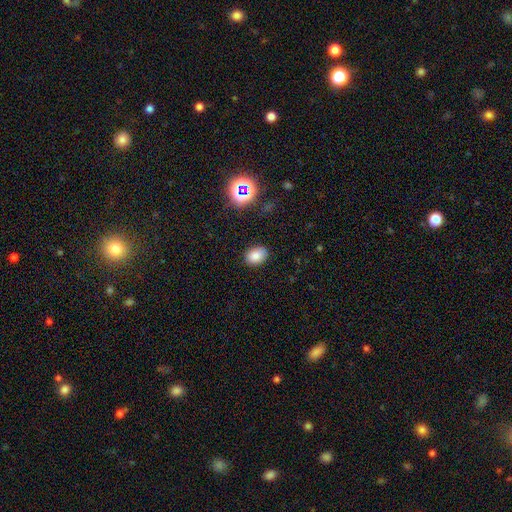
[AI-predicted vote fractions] smooth-or-featured: smooth: 80% | star or artifact: 13% | featured or disk: 7%
  how-rounded: in between: 74% | round: 25% | cigar-shaped: 1%
  merging: none: 87% | minor disturbance: 9% | major disturbance: 3% | merger: 1%